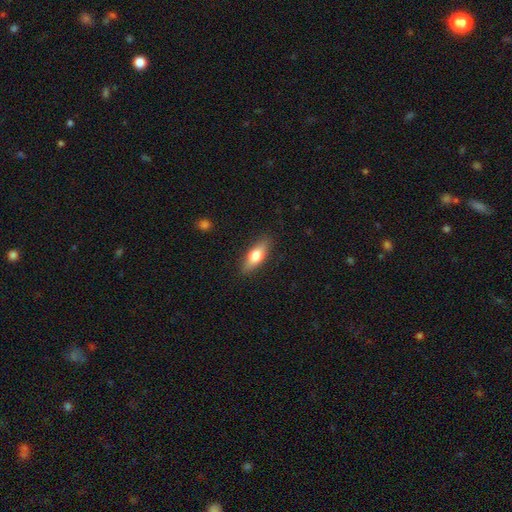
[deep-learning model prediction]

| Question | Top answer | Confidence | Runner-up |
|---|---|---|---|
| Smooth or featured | smooth | 67% | featured or disk (27%) |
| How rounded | in between | 64% | cigar-shaped (32%) |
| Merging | none | 87% | minor disturbance (10%) |